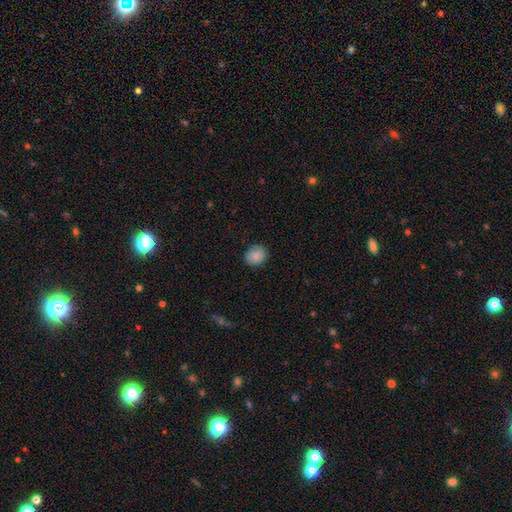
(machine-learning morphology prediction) The model was most divided on "how rounded": round: 75%, in between: 24%, cigar-shaped: 1%. More confident: smooth or featured — smooth (85%); merging — none (83%).